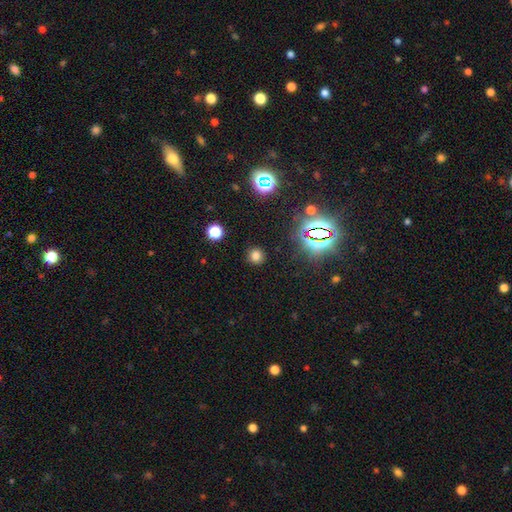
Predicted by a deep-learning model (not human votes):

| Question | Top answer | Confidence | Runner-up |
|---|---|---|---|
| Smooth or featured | smooth | 72% | star or artifact (22%) |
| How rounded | round | 90% | in between (9%) |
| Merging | none | 90% | minor disturbance (6%) |